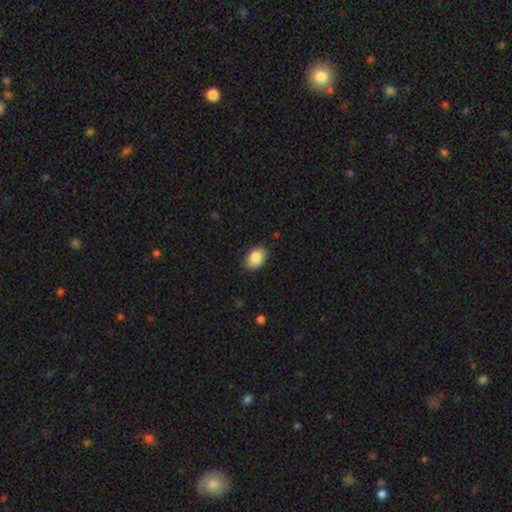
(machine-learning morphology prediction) A smooth galaxy with no disk features (88%) that is in between round and cigar-shaped (87%). Merging: none (83%).